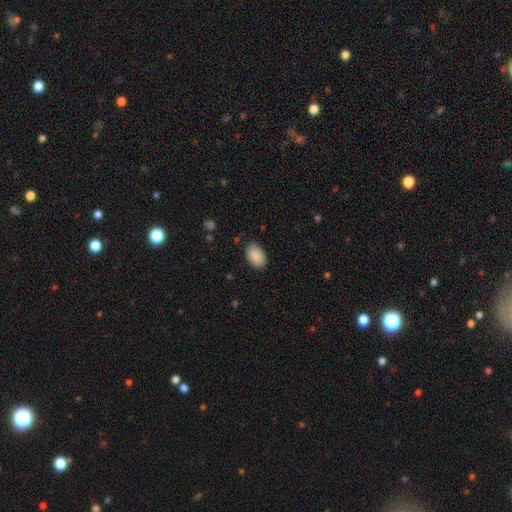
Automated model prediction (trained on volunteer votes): Smooth or featured? smooth (90%)
How rounded? in between (90%)
Merging? none (85%)